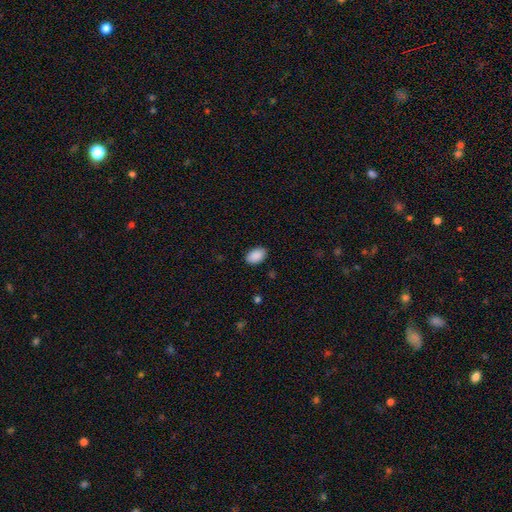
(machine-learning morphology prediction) smooth 90%, star or artifact 7%, featured or disk 3%. Down the decision tree: how rounded — in between (91%); merging — none (88%).